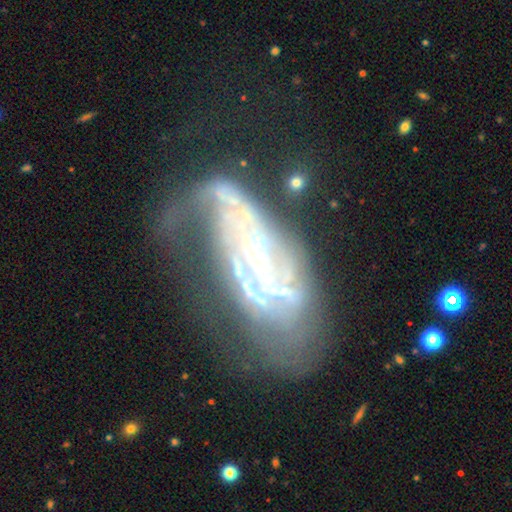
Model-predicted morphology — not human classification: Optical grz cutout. It shows a featured or disk galaxy (80%) with no bar (59%), tight (37%, tied with medium) spiral arms (77%) and a small central bulge (73%). Merging: major disturbance (42%).